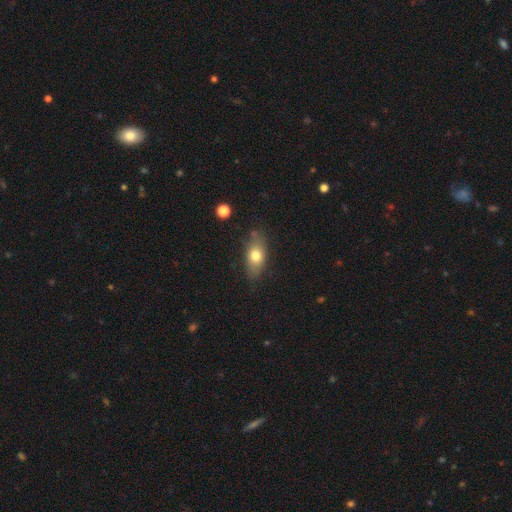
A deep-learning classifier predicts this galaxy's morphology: smooth-or-featured: smooth: 74% | featured or disk: 17% | star or artifact: 8%
  how-rounded: in between: 82% | round: 11% | cigar-shaped: 8%
  merging: none: 74% | minor disturbance: 18% | major disturbance: 4% | merger: 3%